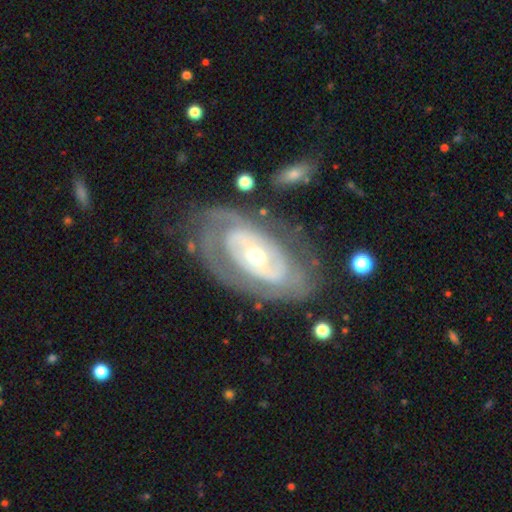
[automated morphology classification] The model was most divided on "spiral arm count": 2: 42%, can't tell: 37%, 3: 8%, 1: 8%, 4: 3%, more than 4: 3%. More confident: edge-on disk — no (93%); smooth or featured — featured or disk (82%); spiral arms — yes (70%); merging — none (70%); bar — no (68%); spiral winding — tight (65%); bulge size — moderate (56%).